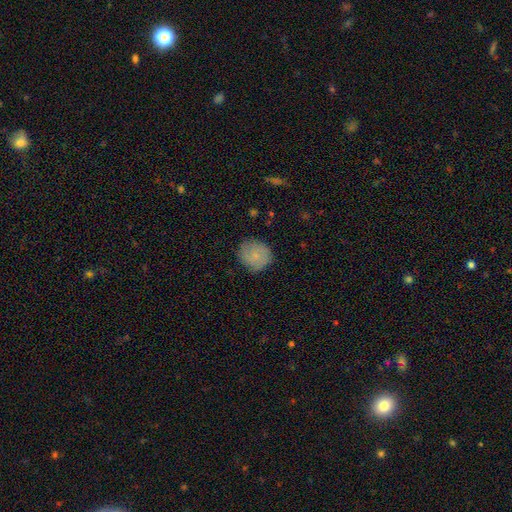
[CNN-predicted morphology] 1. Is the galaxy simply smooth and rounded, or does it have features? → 75% smooth, 17% featured or disk, 7% star or artifact.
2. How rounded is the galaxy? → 87% round, 12% in between, 1% cigar-shaped.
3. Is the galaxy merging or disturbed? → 78% none, 17% minor disturbance, 4% major disturbance, 1% merger.